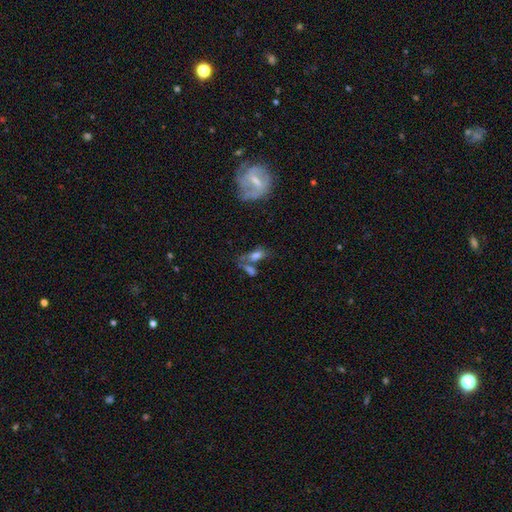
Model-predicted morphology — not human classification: This appears to be a smooth galaxy with no disk features (64%) that is in between round and cigar-shaped (80%). Merging: merger (37%).